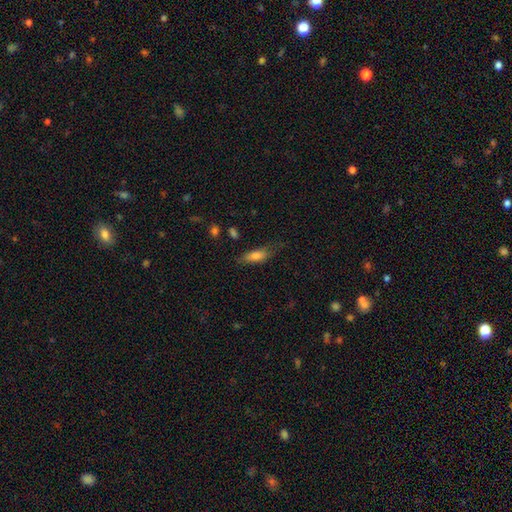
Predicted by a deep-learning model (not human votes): Q: Smooth or featured?
A: smooth (75%); runner-up: featured or disk (17%)
Q: How rounded?
A: in between (68%); runner-up: cigar-shaped (29%)
Q: Merging?
A: none (58%); runner-up: minor disturbance (28%)